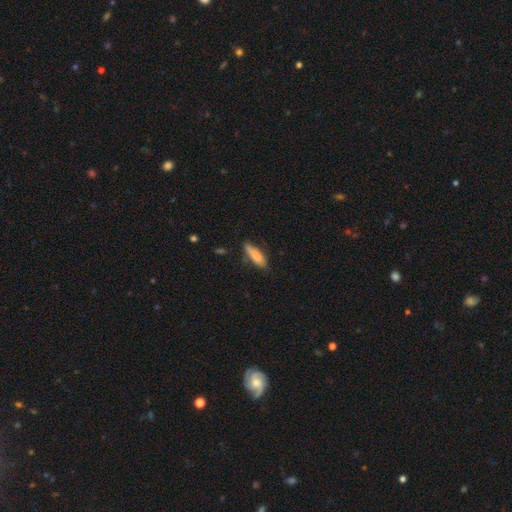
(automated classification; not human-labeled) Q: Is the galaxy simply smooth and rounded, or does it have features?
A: smooth — 84%.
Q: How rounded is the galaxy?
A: cigar-shaped — 55%.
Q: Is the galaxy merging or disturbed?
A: none — 69%.